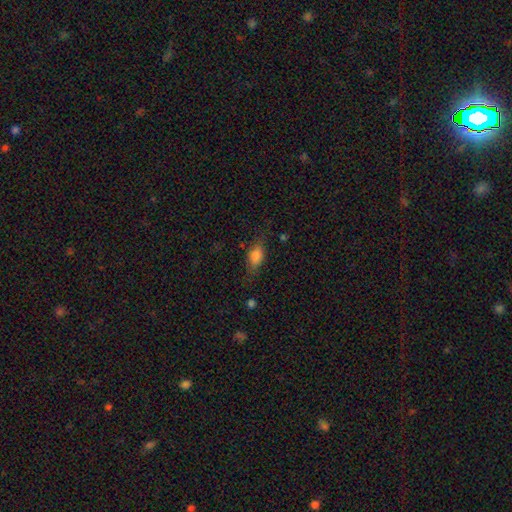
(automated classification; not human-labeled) Q: Smooth or featured?
A: smooth (79%); runner-up: featured or disk (12%)
Q: How rounded?
A: in between (83%); runner-up: cigar-shaped (10%)
Q: Merging?
A: none (68%); runner-up: minor disturbance (22%)